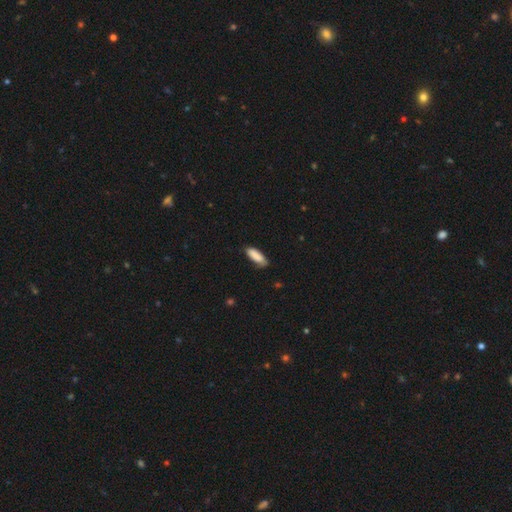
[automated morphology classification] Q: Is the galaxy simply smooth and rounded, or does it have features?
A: smooth — 87%.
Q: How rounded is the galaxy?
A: in between — 65%.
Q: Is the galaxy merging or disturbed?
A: none — 71%.